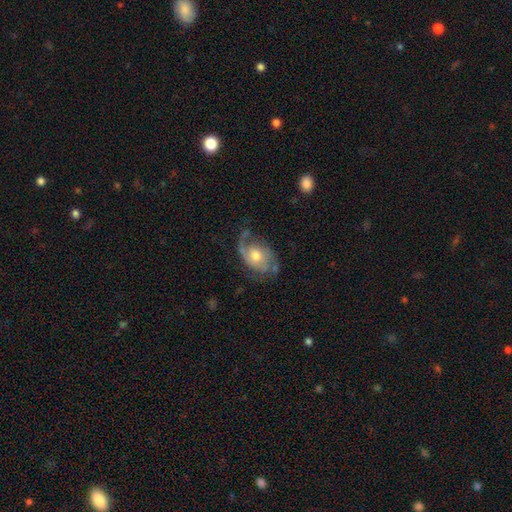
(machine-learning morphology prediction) The model was most divided on "spiral winding": medium: 42%, loose: 32%, tight: 25%. More confident: edge-on disk — no (96%); spiral arms — yes (92%); smooth or featured — featured or disk (78%); bar — no (71%); bulge size — moderate (67%); spiral arm count — 2 (59%); merging — none (58%).